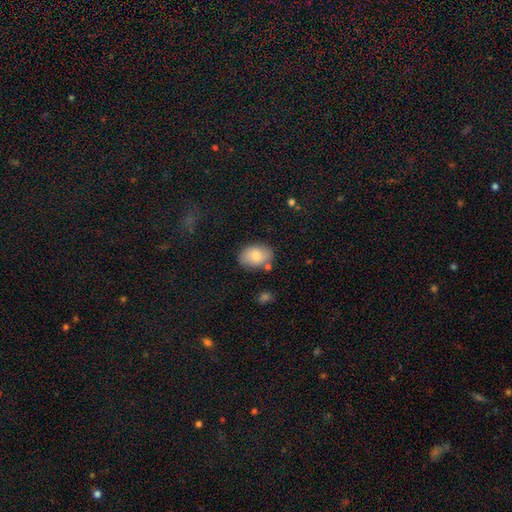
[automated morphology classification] smooth-or-featured: smooth: 79% | featured or disk: 15% | star or artifact: 7%
  how-rounded: in between: 81% | round: 18% | cigar-shaped: 1%
  merging: none: 77% | minor disturbance: 15% | merger: 5% | major disturbance: 3%